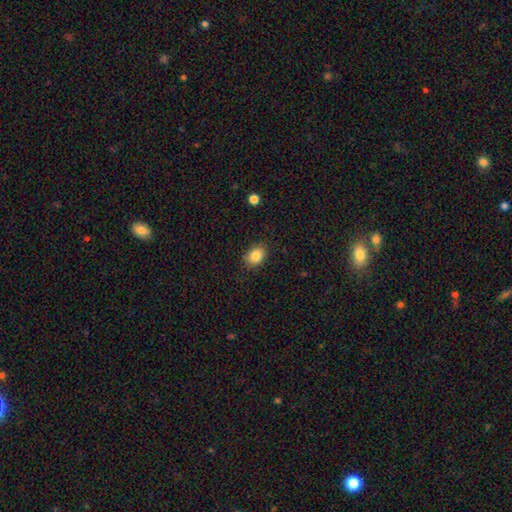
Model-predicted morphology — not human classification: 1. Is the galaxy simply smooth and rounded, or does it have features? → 85% smooth, 10% star or artifact, 6% featured or disk.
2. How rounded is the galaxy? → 60% in between, 39% round, 1% cigar-shaped.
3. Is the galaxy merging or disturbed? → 84% none, 12% minor disturbance, 3% major disturbance, 1% merger.